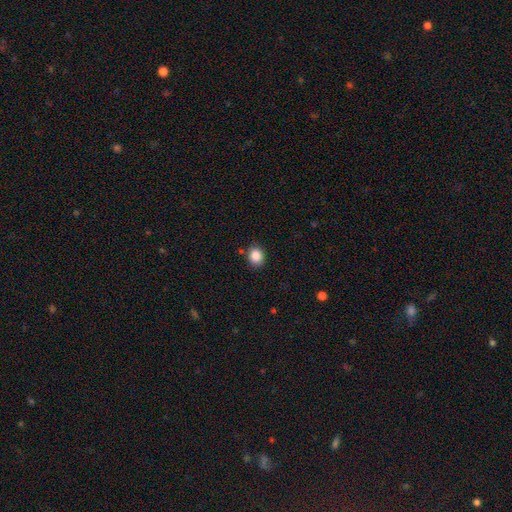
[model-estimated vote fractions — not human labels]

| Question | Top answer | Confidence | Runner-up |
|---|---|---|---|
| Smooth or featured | smooth | 87% | star or artifact (10%) |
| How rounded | round | 70% | in between (29%) |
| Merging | none | 85% | minor disturbance (10%) |